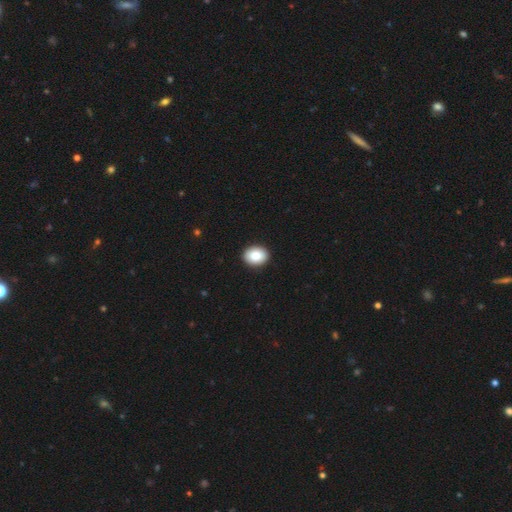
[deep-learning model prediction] smooth_or_featured: smooth (p=0.86) [alt: star or artifact p=0.07]
how_rounded: in between (p=0.52) [alt: round p=0.47]
merging: none (p=0.92) [alt: minor disturbance p=0.06]